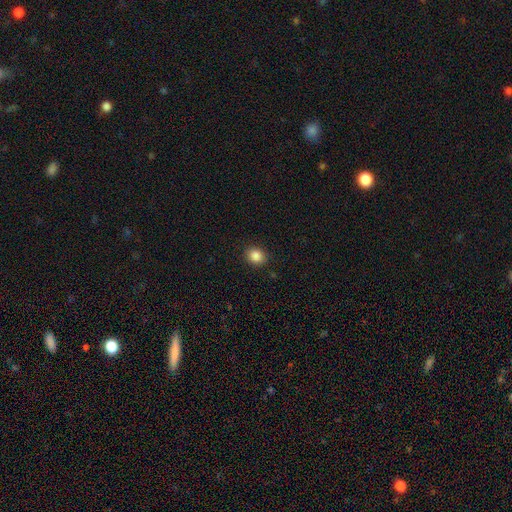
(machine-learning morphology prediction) This appears to be a smooth galaxy with no disk features (86%) that is round (64%). Merging: none (89%).